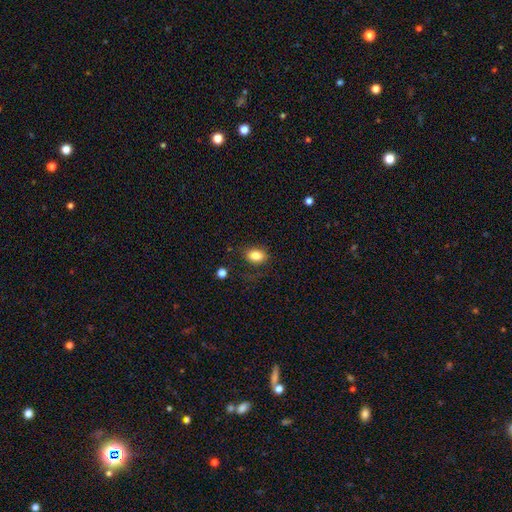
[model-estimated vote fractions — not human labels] Smooth or featured? smooth (83%)
How rounded? in between (73%)
Merging? none (78%)